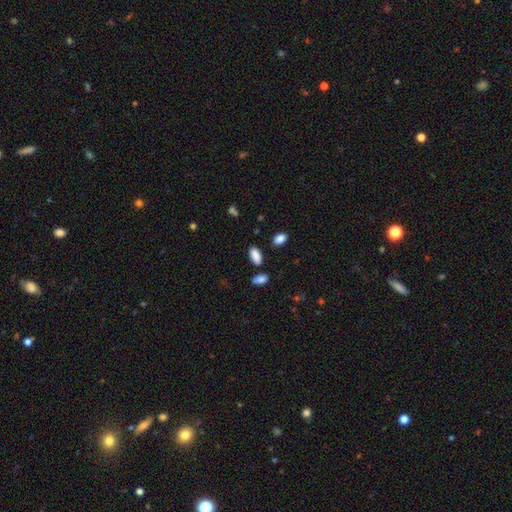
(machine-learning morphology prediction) Smooth or featured? smooth (87%)
How rounded? in between (85%)
Merging? none (80%)